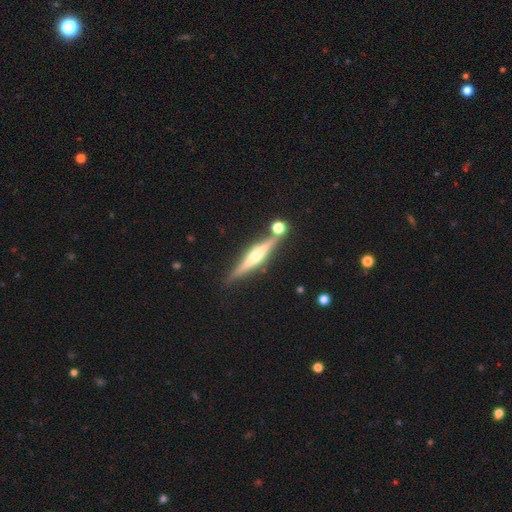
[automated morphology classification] Smooth or featured?
  - featured or disk: 73% *
  - smooth: 20%
  - star or artifact: 7%
Edge-on disk?
  - yes: 97% *
  - no: 3%
Edge-on bulge?
  - rounded: 85% *
  - boxy: 9%
  - none: 6%
Merging?
  - none: 78% *
  - minor disturbance: 10%
  - merger: 9%
  - major disturbance: 3%